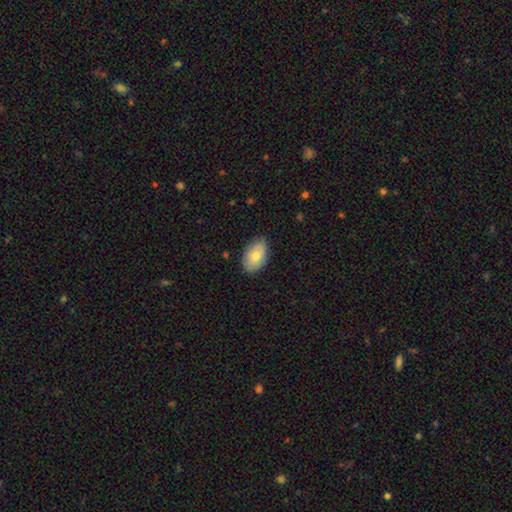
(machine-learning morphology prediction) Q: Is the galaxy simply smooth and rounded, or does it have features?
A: smooth — 78%.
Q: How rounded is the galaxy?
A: in between — 92%.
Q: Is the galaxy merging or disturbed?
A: none — 85%.